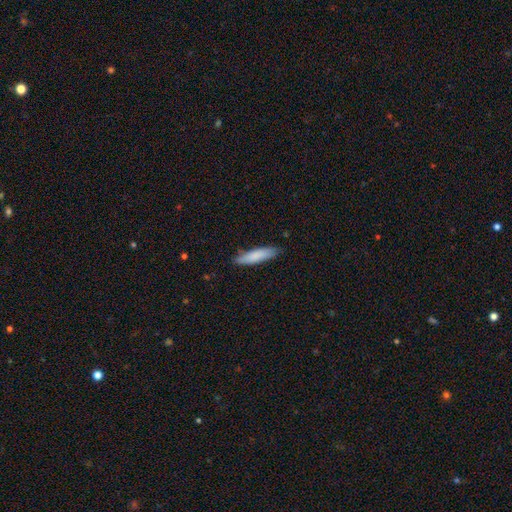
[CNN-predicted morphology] Smooth or featured? smooth (83%)
How rounded? cigar-shaped (73%)
Merging? none (86%)